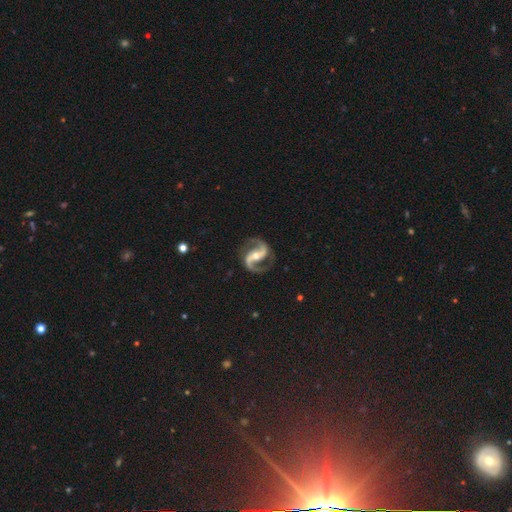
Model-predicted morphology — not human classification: smooth_or_featured: featured or disk (p=0.93) [alt: star or artifact p=0.04]
disk_edge_on: no (p=0.98) [alt: yes p=0.02]
bar: strong (p=0.39) [alt: weak p=0.34]
has_spiral_arms: yes (p=0.98) [alt: no p=0.02]
spiral_winding: medium (p=0.58) [alt: loose p=0.29]
spiral_arm_count: 2 (p=0.94) [alt: 1 p=0.01]
bulge_size: moderate (p=0.60) [alt: small p=0.34]
merging: none (p=0.82) [alt: minor disturbance p=0.11]